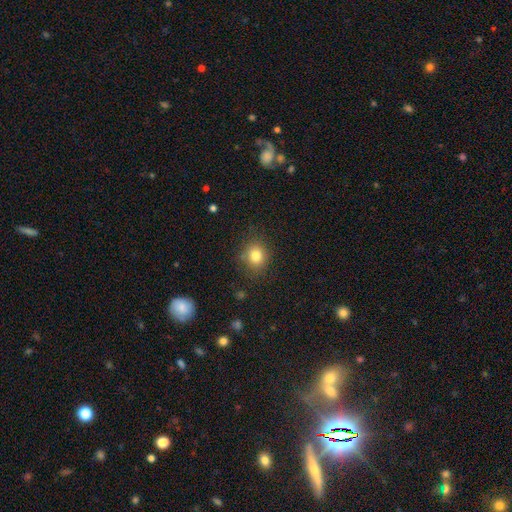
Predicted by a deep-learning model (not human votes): The model was most divided on "how rounded": round: 77%, in between: 22%, cigar-shaped: 1%. More confident: merging — none (83%); smooth or featured — smooth (81%).